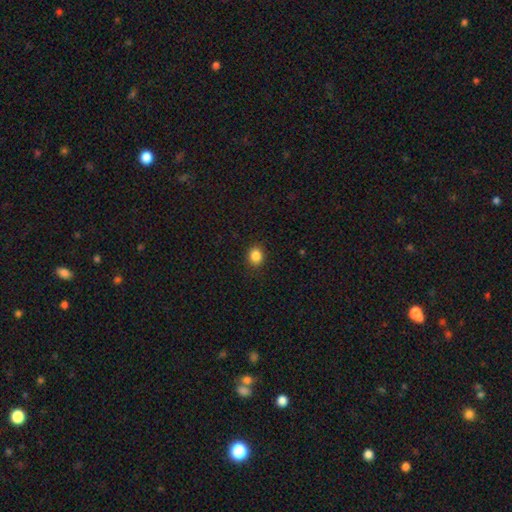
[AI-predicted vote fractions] This is clearly a smooth galaxy (85%). How rounded: likely round (75%). Merging: clearly none (90%).